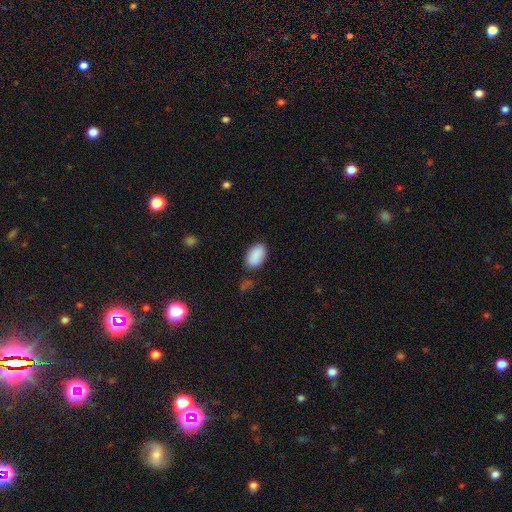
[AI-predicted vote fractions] This appears to be a smooth galaxy with no disk features (89%) that is in between round and cigar-shaped (92%). Merging: none (78%).